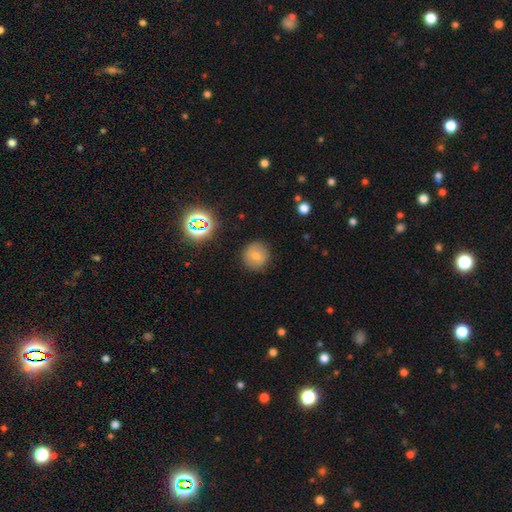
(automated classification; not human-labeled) Morphology: type=smooth (72%); roundness=round (93%); merging=none (88%).